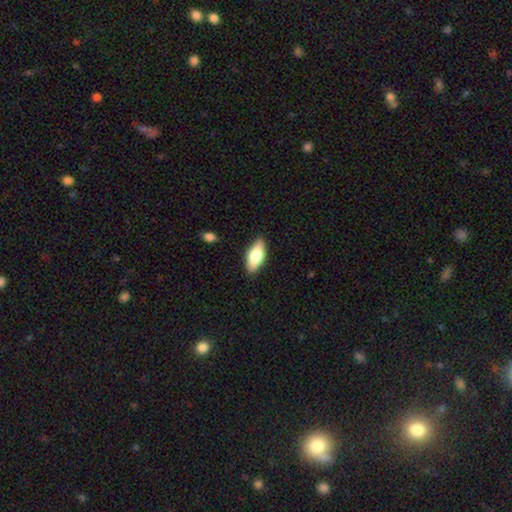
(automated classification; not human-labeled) Smooth or featured? smooth (69%)
How rounded? in between (83%)
Merging? none (87%)